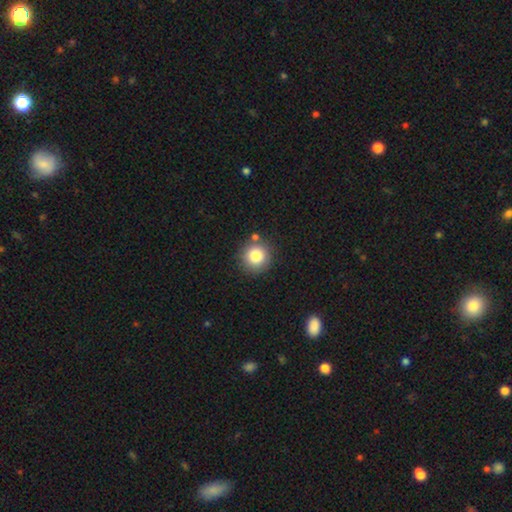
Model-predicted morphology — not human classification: Smooth or featured? Predicted: smooth (p=0.82). How rounded? Predicted: round (p=0.93). Merging? Predicted: none (p=0.81).